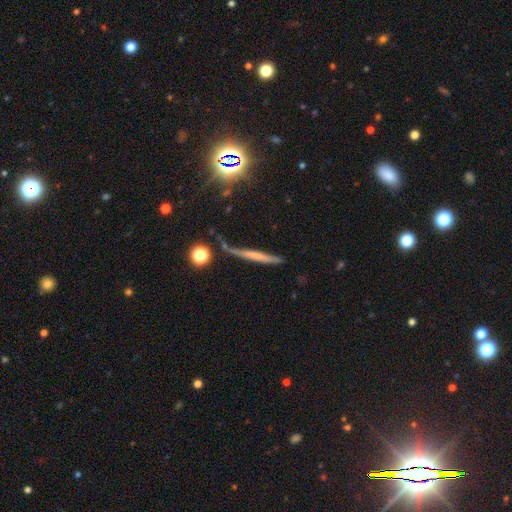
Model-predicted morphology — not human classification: Smooth or featured? Predicted: smooth (p=0.48). Merging? Predicted: none (p=0.64).